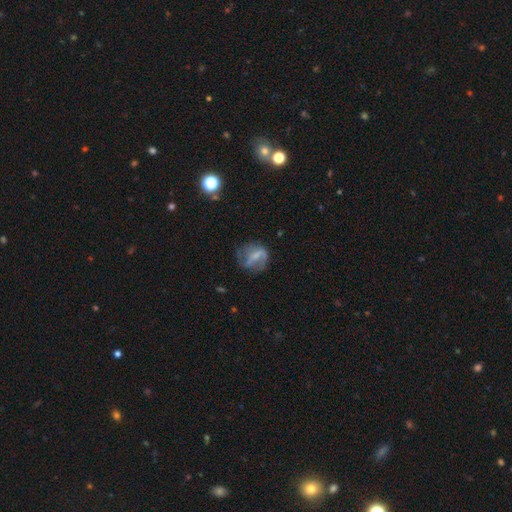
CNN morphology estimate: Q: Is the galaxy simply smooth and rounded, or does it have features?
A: featured or disk — 54%.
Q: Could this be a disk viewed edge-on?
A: no — 95%.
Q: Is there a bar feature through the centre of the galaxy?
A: strong — 38%.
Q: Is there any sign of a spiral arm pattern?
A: yes — 56%.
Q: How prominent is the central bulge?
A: none — 42%.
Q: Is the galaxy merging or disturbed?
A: none — 48%.